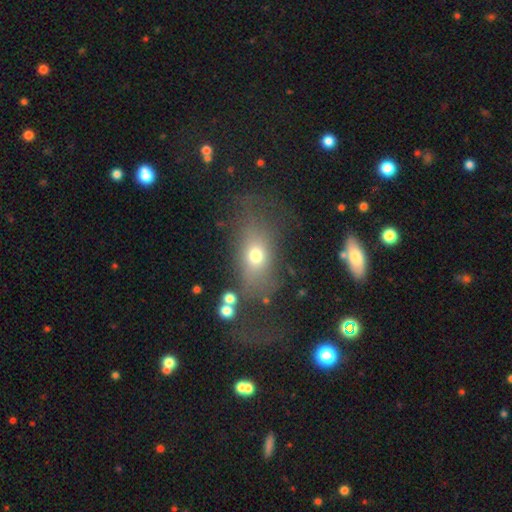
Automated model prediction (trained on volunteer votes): Overall: smooth (64%). How rounded: in between (68%). Merging: none (52%; major disturbance 23%).